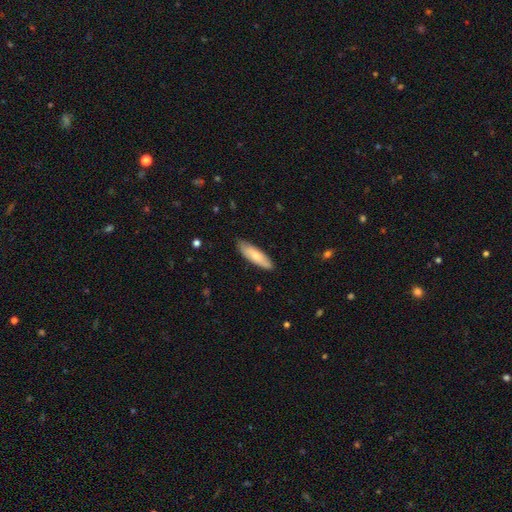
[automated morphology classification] smooth-or-featured: smooth: 71% | featured or disk: 24% | star or artifact: 5%
  how-rounded: cigar-shaped: 53% | in between: 46% | round: 2%
  merging: none: 83% | minor disturbance: 14% | major disturbance: 2% | merger: 1%